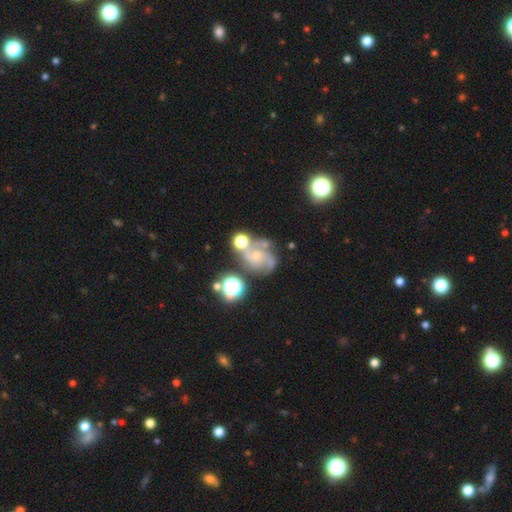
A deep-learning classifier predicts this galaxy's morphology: A featured or disk galaxy (72%) with no bar (71%), 2 (37%) medium (52%) spiral arms (93%) and a small central bulge (71%). Merging: none (49%).